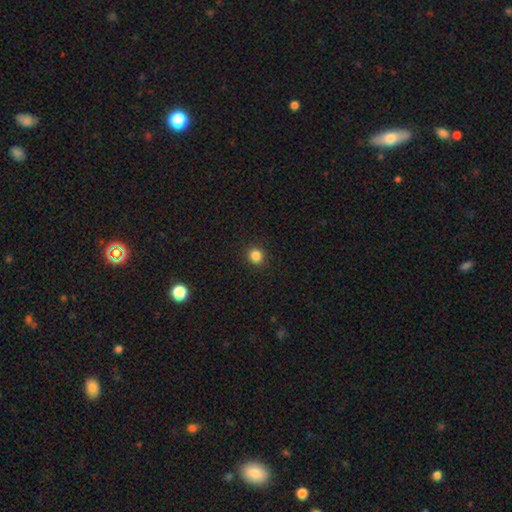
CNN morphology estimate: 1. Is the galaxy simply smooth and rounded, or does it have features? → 84% smooth, 12% star or artifact, 4% featured or disk.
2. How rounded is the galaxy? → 84% round, 15% in between, 1% cigar-shaped.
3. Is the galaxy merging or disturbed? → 92% none, 5% minor disturbance, 2% major disturbance, 1% merger.